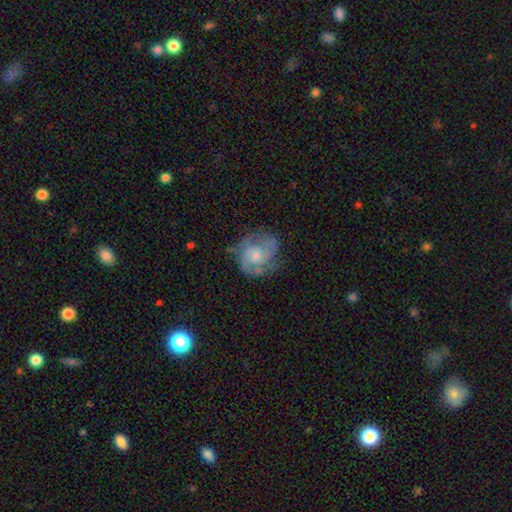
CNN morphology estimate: smooth-or-featured: featured or disk: 77% | smooth: 17% | star or artifact: 7%
  disk-edge-on: no: 98% | yes: 2%
    bar: no: 68% | weak: 28% | strong: 4%
    has-spiral-arms: yes: 92% | no: 8%
      spiral-winding: tight: 46% | medium: 43% | loose: 12%
      spiral-arm-count: 2: 52% | can't tell: 19% | 3: 18% | 1: 4% | 4: 4% | more than 4: 3%
    bulge-size: small: 48% | moderate: 40% | none: 8% | large: 4% | dominant: 1%
  merging: none: 67% | minor disturbance: 21% | major disturbance: 10% | merger: 2%